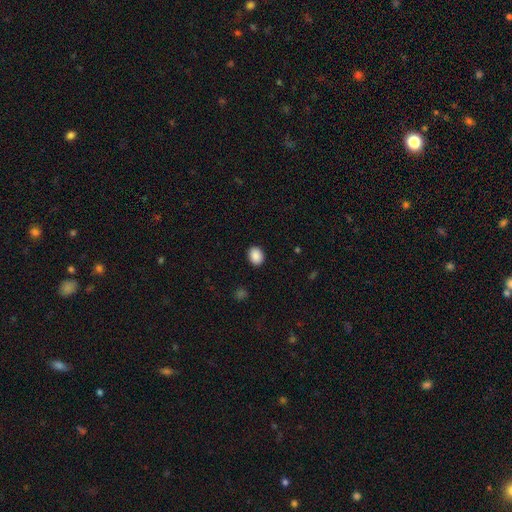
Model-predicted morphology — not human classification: smooth_or_featured: smooth (p=0.89) [alt: star or artifact p=0.08]
how_rounded: in between (p=0.52) [alt: round p=0.47]
merging: none (p=0.90) [alt: minor disturbance p=0.07]